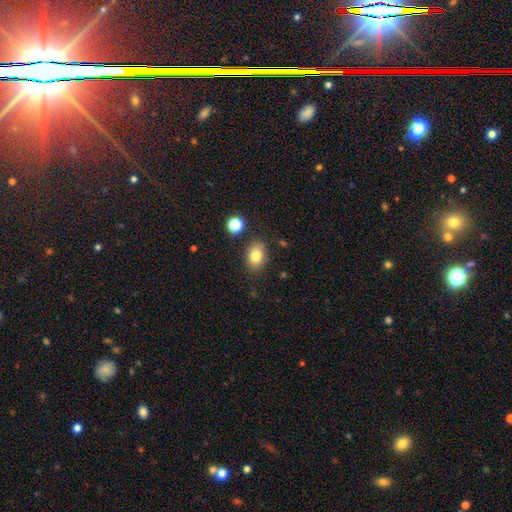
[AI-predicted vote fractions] Smooth or featured? Predicted: smooth (p=0.81). How rounded? Predicted: in between (p=0.75). Merging? Predicted: none (p=0.83).